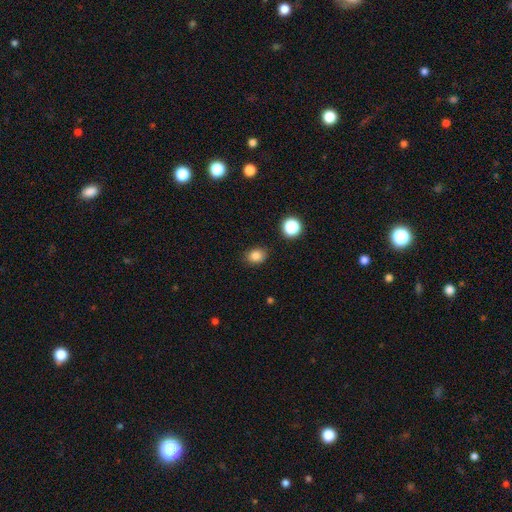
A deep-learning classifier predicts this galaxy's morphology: Smooth or featured?
  - smooth: 82% *
  - star or artifact: 13%
  - featured or disk: 5%
How rounded?
  - round: 52% *
  - in between: 47%
  - cigar-shaped: 1%
Merging?
  - none: 85% *
  - minor disturbance: 10%
  - major disturbance: 3%
  - merger: 2%